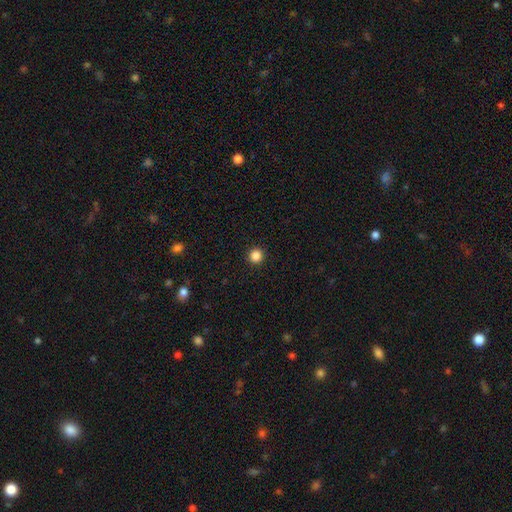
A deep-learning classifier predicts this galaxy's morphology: smooth 86%, star or artifact 11%, featured or disk 3%. Down the decision tree: how rounded — round (95%); merging — none (93%).